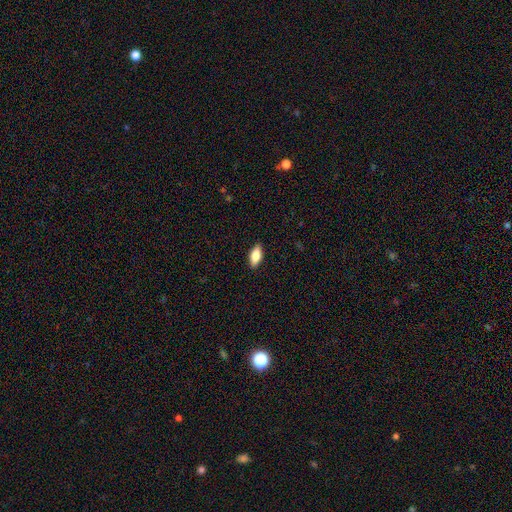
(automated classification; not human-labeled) This is clearly a smooth galaxy (80%). How rounded: clearly in between (84%). Merging: clearly none (90%).